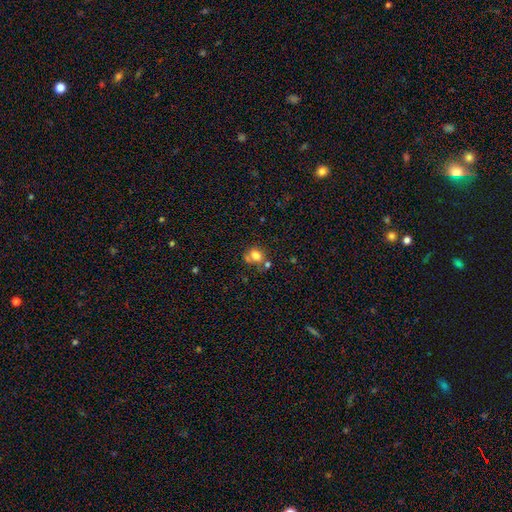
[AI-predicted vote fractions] Smooth or featured: smooth — 74% (star or artifact — 14%)
How rounded: round — 54% (in between — 44%)
Merging: none — 45% (merger — 29%)